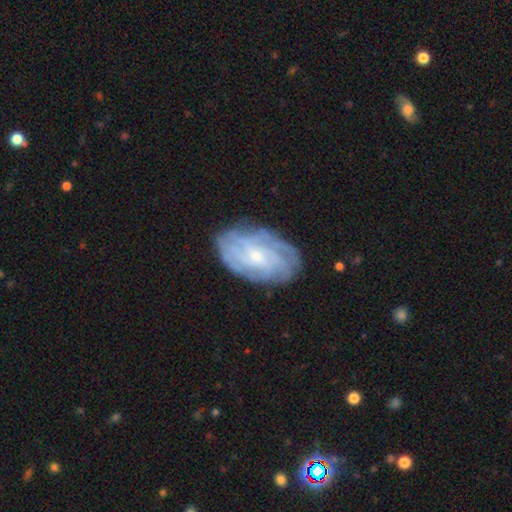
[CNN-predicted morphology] This appears to be a featured or disk galaxy (76%) with no bar (65%), tight (69%) spiral arms (89%) and a small central bulge (71%). Merging: none (79%).